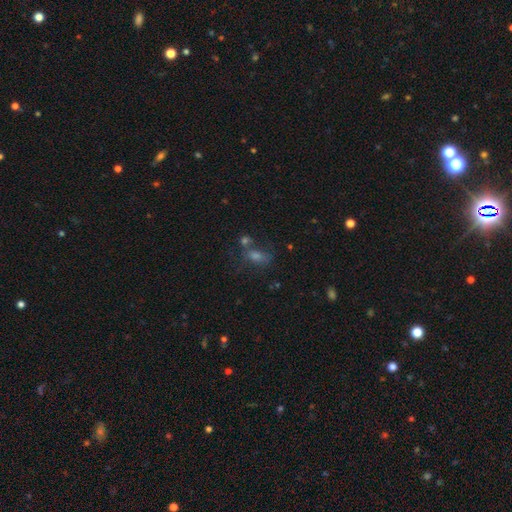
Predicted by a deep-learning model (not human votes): Morphology: type=smooth (49%); merging=none (49%).